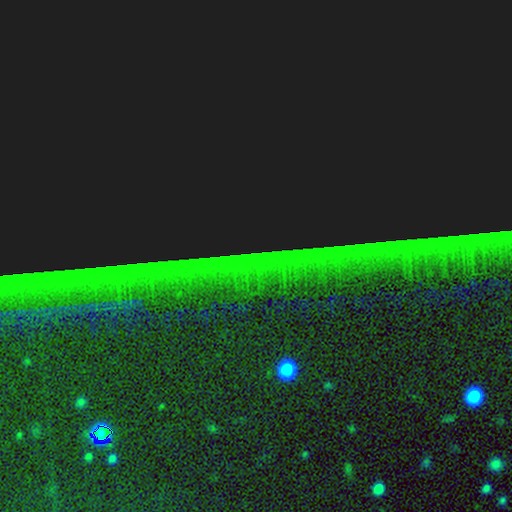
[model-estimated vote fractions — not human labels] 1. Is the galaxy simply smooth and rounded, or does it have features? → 87% star or artifact, 7% featured or disk, 6% smooth.